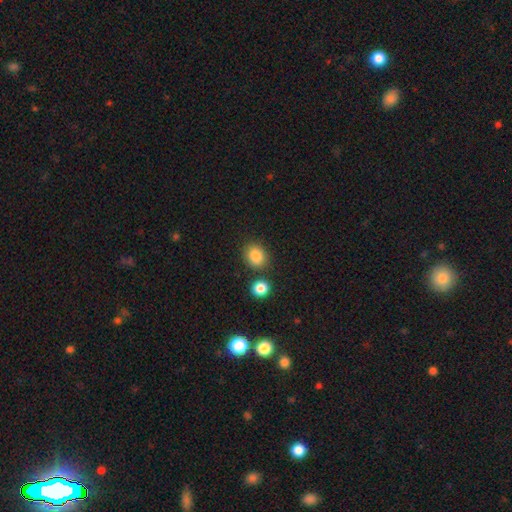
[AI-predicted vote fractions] Smooth or featured? smooth (85%)
How rounded? round (57%)
Merging? none (76%)